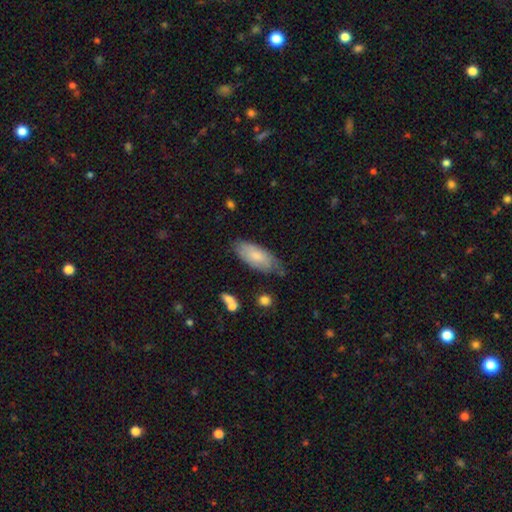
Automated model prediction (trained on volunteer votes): Smooth or featured? Predicted: smooth (p=0.75). How rounded? Predicted: in between (p=0.85). Merging? Predicted: none (p=0.65).